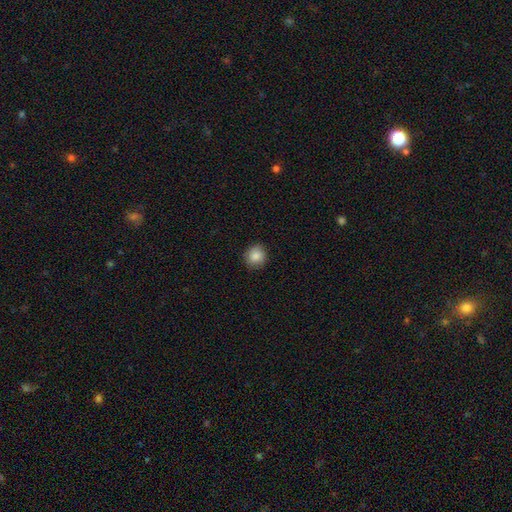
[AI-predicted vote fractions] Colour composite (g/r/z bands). It shows a smooth galaxy with no disk features (86%) that is round (84%). Merging: none (87%).